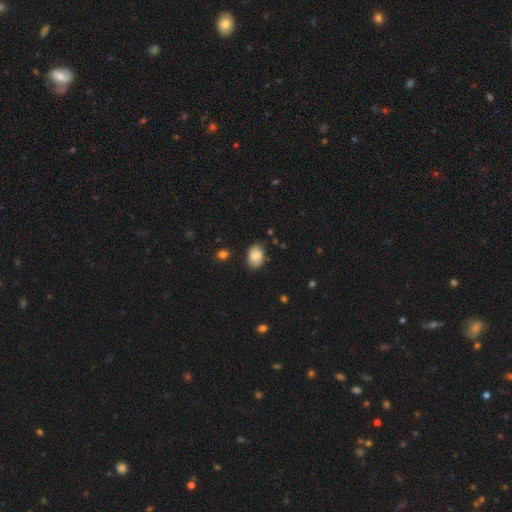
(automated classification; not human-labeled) Overall: smooth (84%). How rounded: in between (76%). Merging: none (77%).